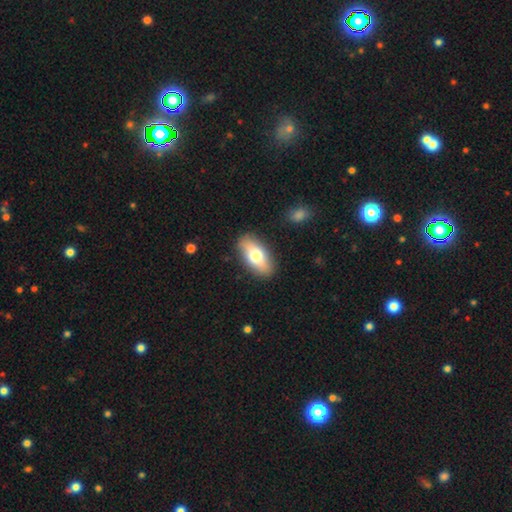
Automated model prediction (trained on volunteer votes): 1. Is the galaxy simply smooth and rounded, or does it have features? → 68% smooth, 25% featured or disk, 6% star or artifact.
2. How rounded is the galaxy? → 87% in between, 9% cigar-shaped, 4% round.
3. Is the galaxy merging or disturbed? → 87% none, 9% minor disturbance, 2% major disturbance, 1% merger.